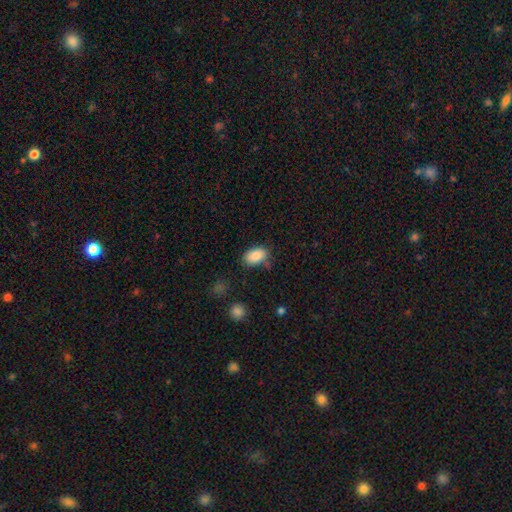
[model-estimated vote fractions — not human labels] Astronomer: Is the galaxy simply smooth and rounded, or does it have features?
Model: smooth — 87%.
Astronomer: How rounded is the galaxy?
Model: in between — 92%.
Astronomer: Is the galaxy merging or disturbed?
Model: none — 72%.